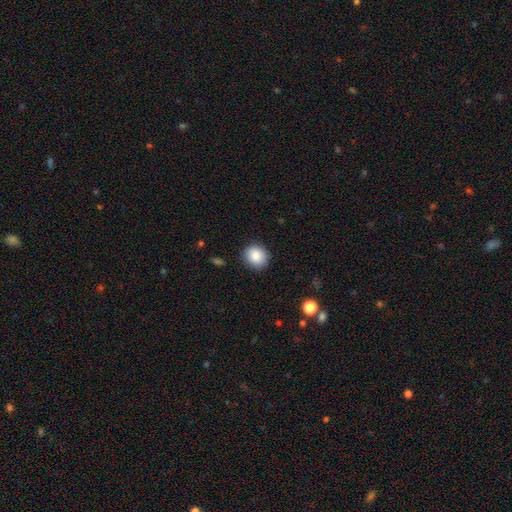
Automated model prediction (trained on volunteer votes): A smooth galaxy with no disk features (87%) that is round (81%).

Vote fractions:
- Smooth or featured? smooth: 87% / star or artifact: 8% / featured or disk: 4%
- How rounded? round: 81% / in between: 18% / cigar-shaped: 1%
- Merging? none: 88% / minor disturbance: 9% / major disturbance: 2% / merger: 1%